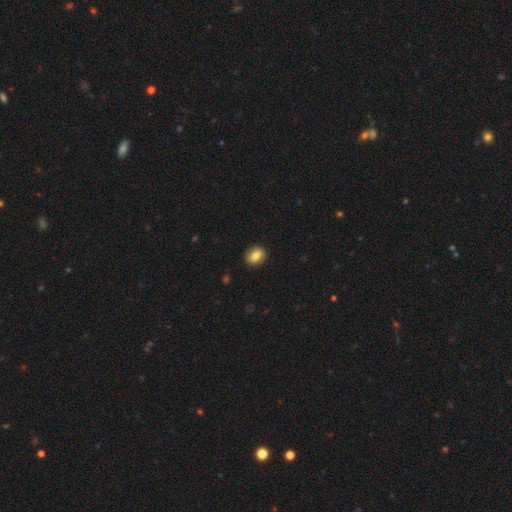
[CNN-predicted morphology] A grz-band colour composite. It shows a smooth galaxy with no disk features (78%) that is round (54%). Merging: none (87%).